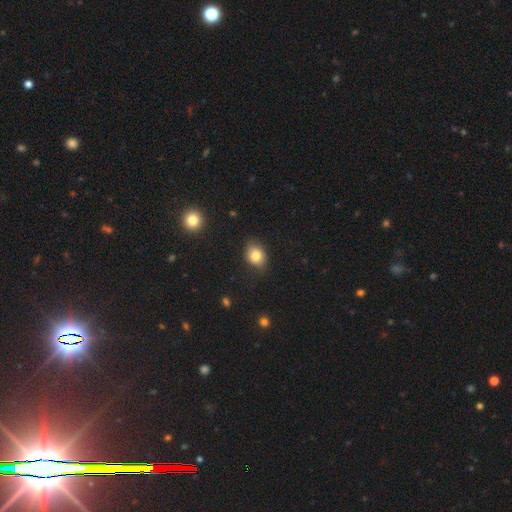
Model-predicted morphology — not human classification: Smooth or featured: smooth — 80% (star or artifact — 10%)
How rounded: in between — 61% (round — 38%)
Merging: none — 77% (minor disturbance — 18%)